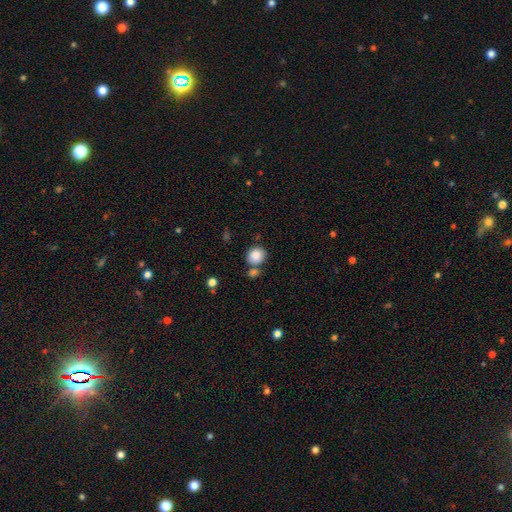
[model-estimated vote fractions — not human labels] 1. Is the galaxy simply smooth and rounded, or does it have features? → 85% smooth, 9% star or artifact, 6% featured or disk.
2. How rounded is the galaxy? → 84% round, 15% in between, 1% cigar-shaped.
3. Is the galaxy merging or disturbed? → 66% none, 19% merger, 11% minor disturbance, 4% major disturbance.